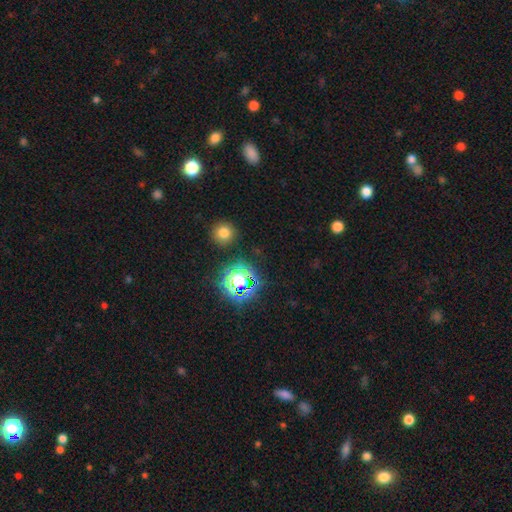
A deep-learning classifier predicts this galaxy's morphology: A star or artifact, not a galaxy (66%).